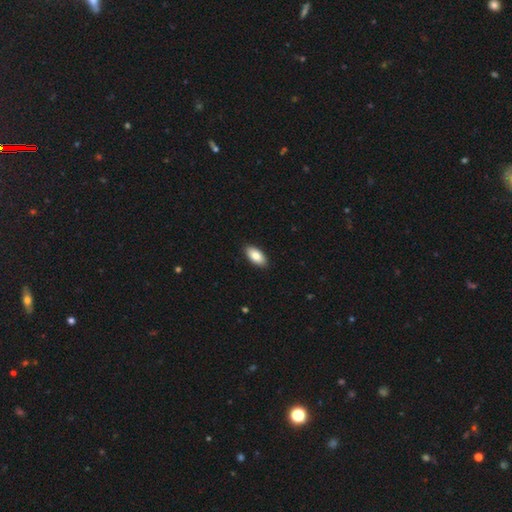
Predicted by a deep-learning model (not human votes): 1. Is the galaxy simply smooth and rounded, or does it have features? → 84% smooth, 10% featured or disk, 6% star or artifact.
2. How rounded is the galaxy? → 92% in between, 5% cigar-shaped, 2% round.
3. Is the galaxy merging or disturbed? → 90% none, 7% minor disturbance, 1% major disturbance, 1% merger.